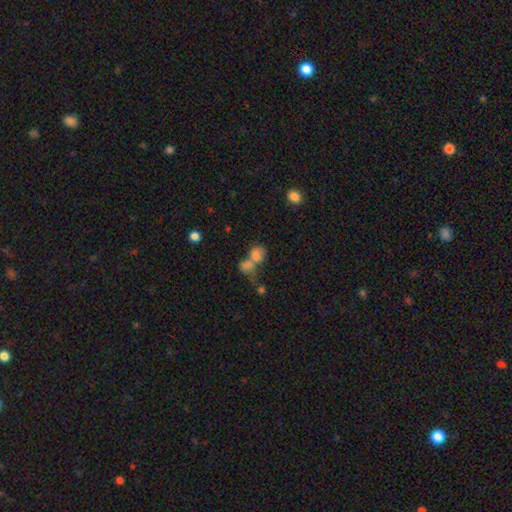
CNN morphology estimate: The model was most divided on "how rounded": in between: 54%, round: 44%, cigar-shaped: 2%. More confident: smooth or featured — smooth (76%); merging — merger (63%).